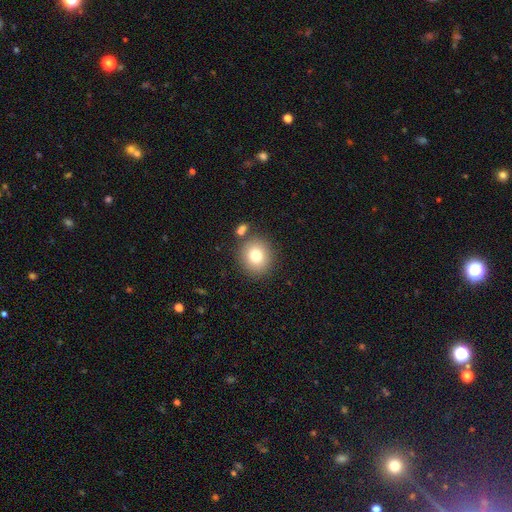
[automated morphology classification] type=smooth (78%); roundness=round (82%); merging=none (80%).